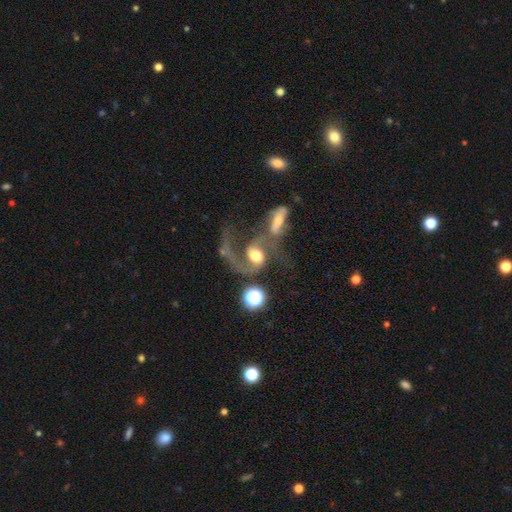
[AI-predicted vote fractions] Q: Smooth or featured?
A: featured or disk (74%); runner-up: smooth (17%)
Q: Edge-on disk?
A: no (97%); runner-up: yes (3%)
Q: Bar?
A: no (54%); runner-up: weak (35%)
Q: Spiral arms?
A: yes (91%); runner-up: no (9%)
Q: Spiral winding?
A: loose (68%); runner-up: medium (26%)
Q: Spiral arm count?
A: 2 (62%); runner-up: 1 (30%)
Q: Bulge size?
A: moderate (52%); runner-up: large (30%)
Q: Merging?
A: merger (49%); runner-up: major disturbance (22%)